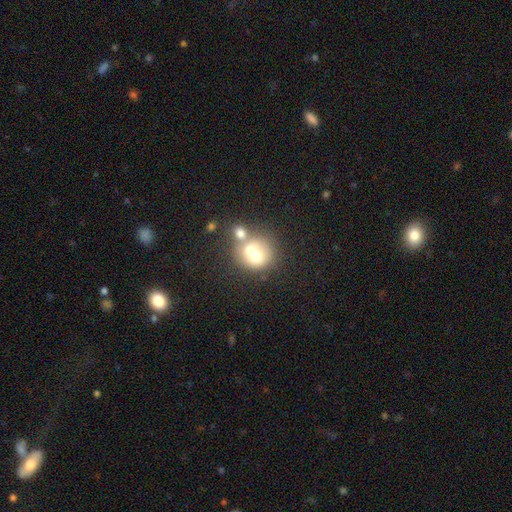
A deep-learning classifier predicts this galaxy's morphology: A smooth galaxy with no disk features (63%) that is round (82%). Merging: merger (58%).